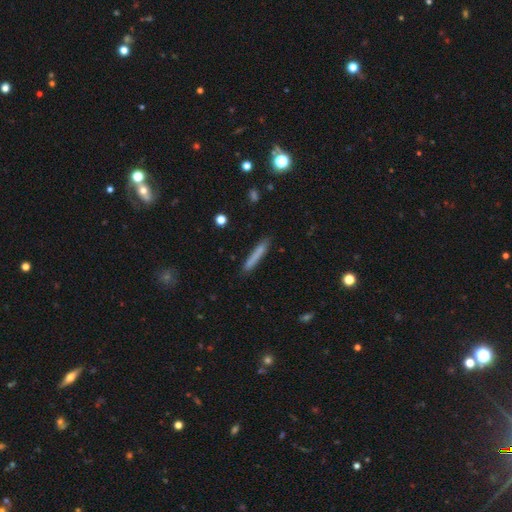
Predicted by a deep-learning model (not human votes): This appears to be a smooth galaxy with no disk features (75%) that is cigar-shaped (95%). Merging: none (86%).